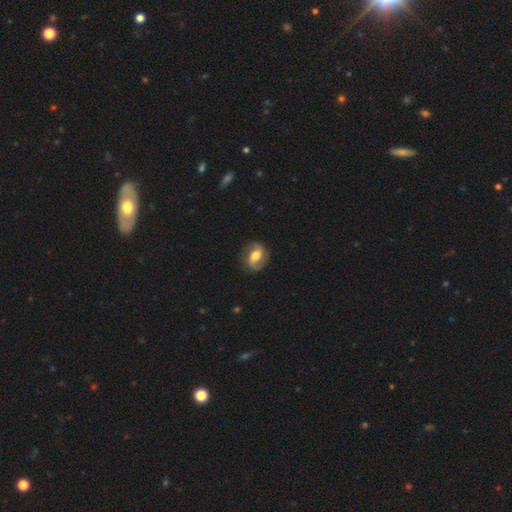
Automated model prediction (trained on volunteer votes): Smooth or featured: featured or disk — 72% (smooth — 22%)
Edge-on disk: no — 97% (yes — 3%)
Bar: weak — 43% (no — 35%)
Spiral arms: yes — 90% (no — 10%)
Spiral winding: medium — 47% (loose — 31%)
Spiral arm count: 2 — 90% (can't tell — 4%)
Bulge size: moderate — 66% (large — 20%)
Merging: none — 82% (minor disturbance — 12%)